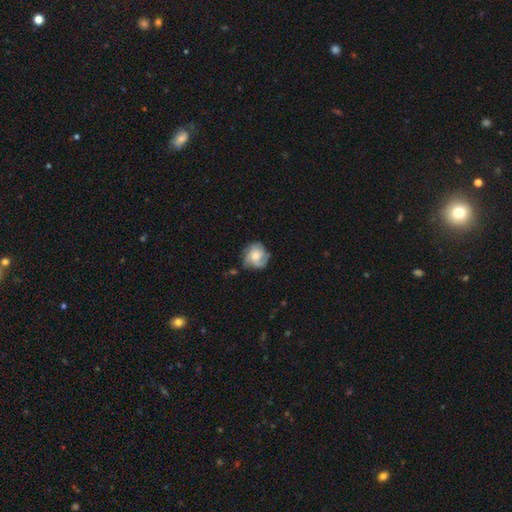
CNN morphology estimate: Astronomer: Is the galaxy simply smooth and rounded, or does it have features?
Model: featured or disk — 64%.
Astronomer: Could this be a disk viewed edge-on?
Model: no — 98%.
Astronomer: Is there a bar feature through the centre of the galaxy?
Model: no — 77%.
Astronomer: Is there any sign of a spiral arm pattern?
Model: yes — 90%.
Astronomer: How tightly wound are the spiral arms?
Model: tight — 50% (runner-up: medium, 38%).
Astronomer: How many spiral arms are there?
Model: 3 — 46%.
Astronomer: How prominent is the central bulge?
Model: moderate — 58%.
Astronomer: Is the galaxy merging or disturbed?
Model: none — 68%.